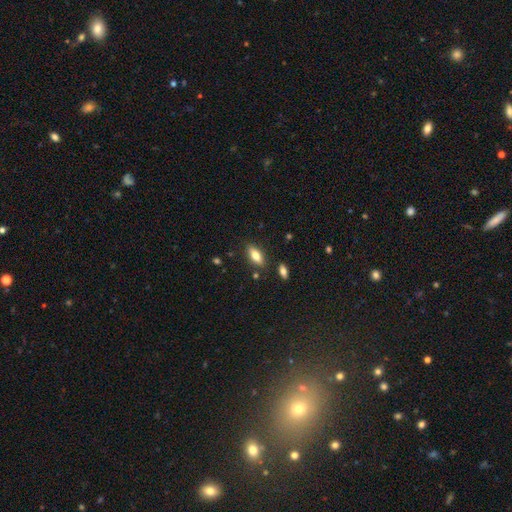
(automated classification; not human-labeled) smooth-or-featured: smooth: 74% | featured or disk: 19% | star or artifact: 7%
  how-rounded: in between: 80% | cigar-shaped: 17% | round: 3%
  merging: none: 84% | minor disturbance: 10% | merger: 4% | major disturbance: 2%